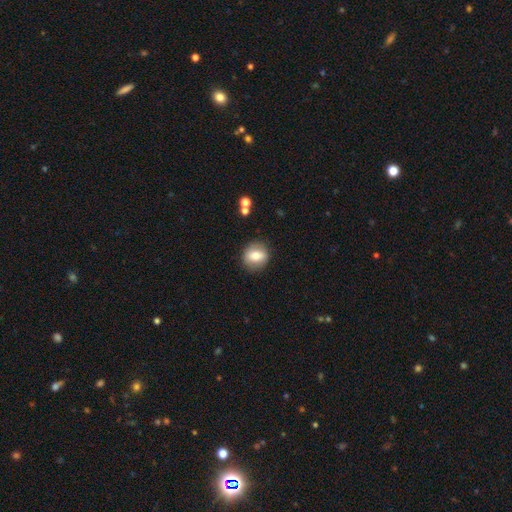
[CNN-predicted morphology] This is likely a smooth galaxy (70%). How rounded: likely round (75%). Merging: clearly none (86%).